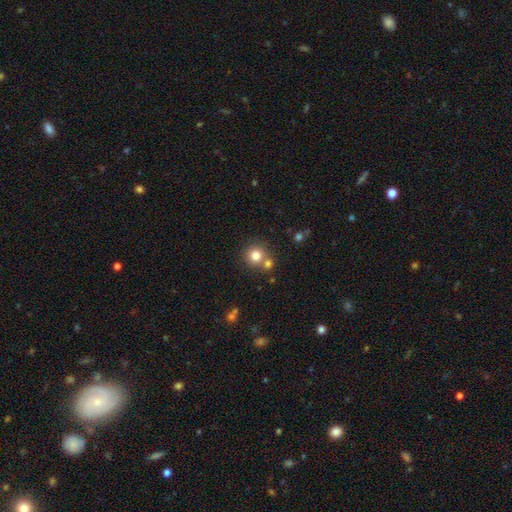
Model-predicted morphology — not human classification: smooth 79%, star or artifact 12%, featured or disk 10%. Down the decision tree: how rounded — round (91%); merging — none (64%).